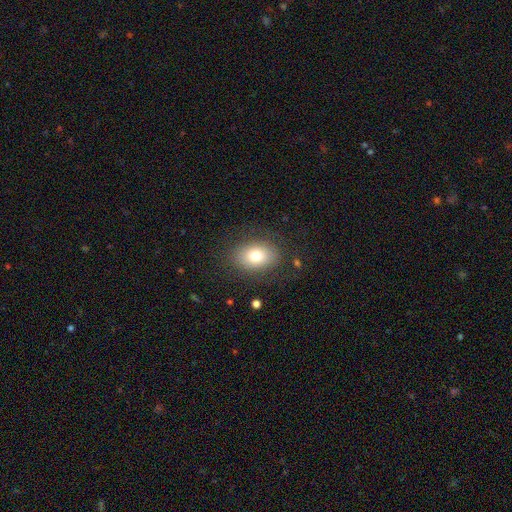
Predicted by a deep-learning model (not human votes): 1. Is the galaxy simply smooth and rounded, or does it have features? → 77% smooth, 13% featured or disk, 10% star or artifact.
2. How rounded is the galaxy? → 74% in between, 25% round, 1% cigar-shaped.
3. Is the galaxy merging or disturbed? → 82% none, 11% minor disturbance, 5% major disturbance, 1% merger.